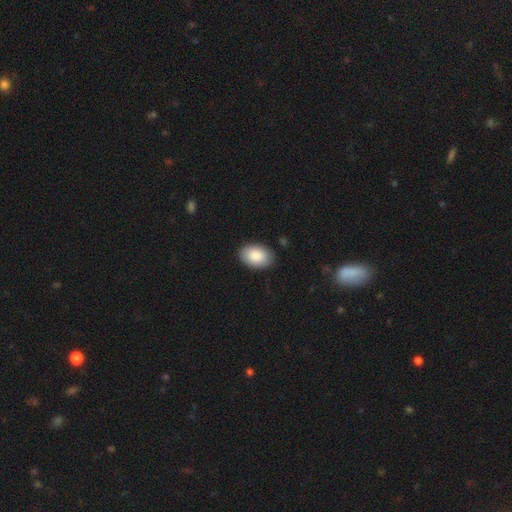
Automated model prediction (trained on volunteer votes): Overall: smooth (88%). How rounded: in between (90%). Merging: none (88%).